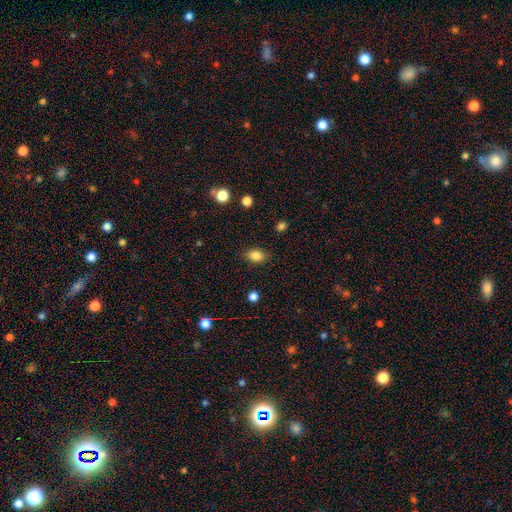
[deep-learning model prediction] smooth-or-featured: smooth: 84% | star or artifact: 10% | featured or disk: 5%
  how-rounded: in between: 68% | round: 31% | cigar-shaped: 1%
  merging: none: 85% | minor disturbance: 11% | major disturbance: 3% | merger: 1%